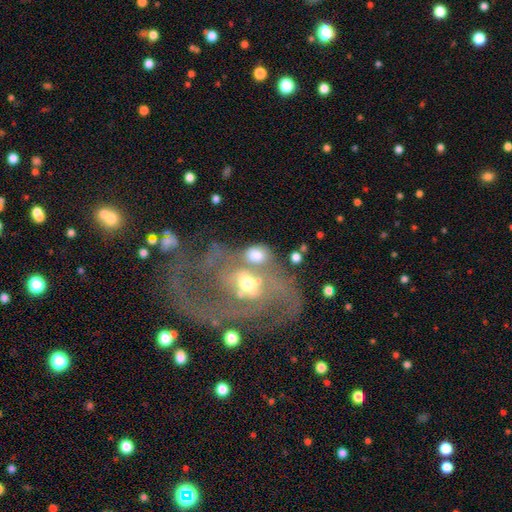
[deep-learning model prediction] Q: Smooth or featured?
A: featured or disk (50%); runner-up: smooth (39%)
Q: Merging?
A: merger (47%); runner-up: none (23%)